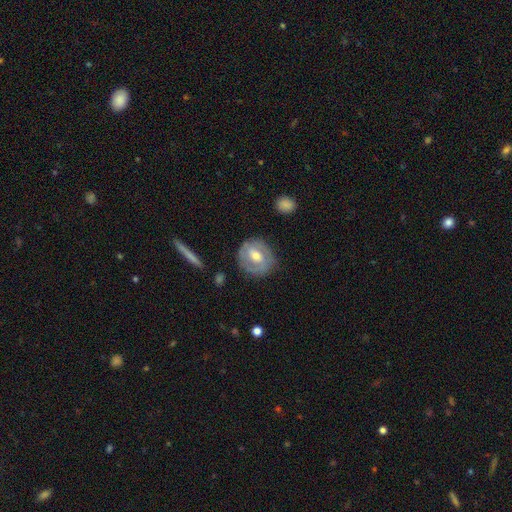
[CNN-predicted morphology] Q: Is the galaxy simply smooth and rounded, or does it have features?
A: featured or disk — 58%.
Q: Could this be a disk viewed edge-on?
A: no — 95%.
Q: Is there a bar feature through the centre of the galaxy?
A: weak — 44%.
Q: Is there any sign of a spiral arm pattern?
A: yes — 52%.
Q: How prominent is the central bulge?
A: moderate — 71%.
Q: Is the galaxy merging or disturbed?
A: none — 79%.